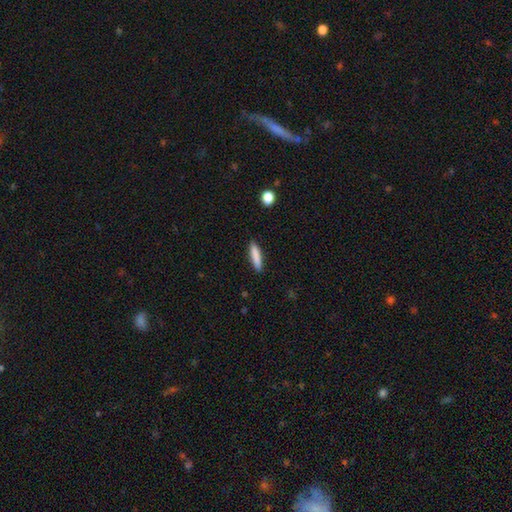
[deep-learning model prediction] smooth_or_featured: smooth (p=0.85) [alt: featured or disk p=0.09]
how_rounded: cigar-shaped (p=0.82) [alt: in between p=0.16]
merging: none (p=0.90) [alt: minor disturbance p=0.07]